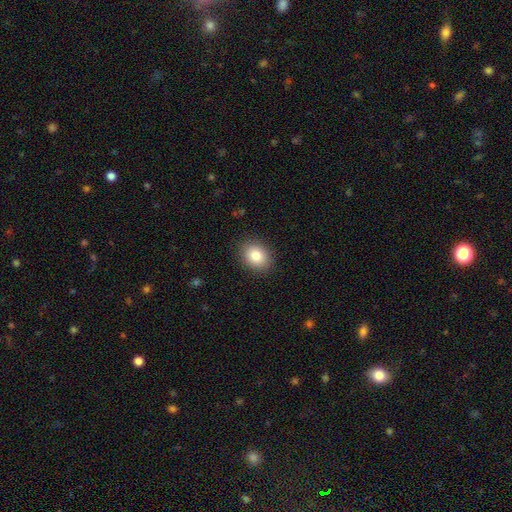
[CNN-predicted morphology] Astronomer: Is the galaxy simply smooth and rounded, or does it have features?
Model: smooth — 84%.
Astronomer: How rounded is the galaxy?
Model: in between — 55% (runner-up: round, 44%).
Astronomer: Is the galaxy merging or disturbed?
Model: none — 88%.